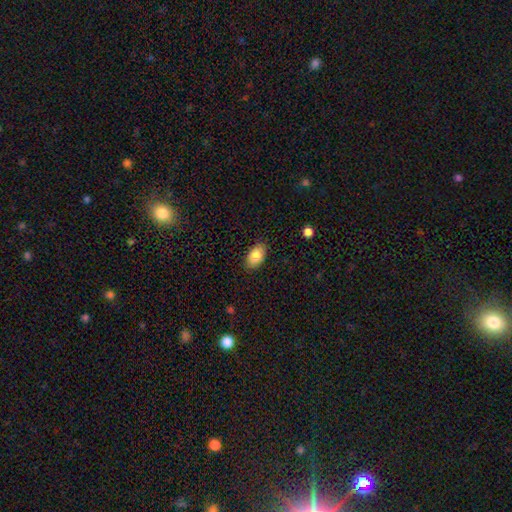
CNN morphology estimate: smooth 83%, featured or disk 9%, star or artifact 7%. Down the decision tree: how rounded — in between (92%); merging — none (87%).